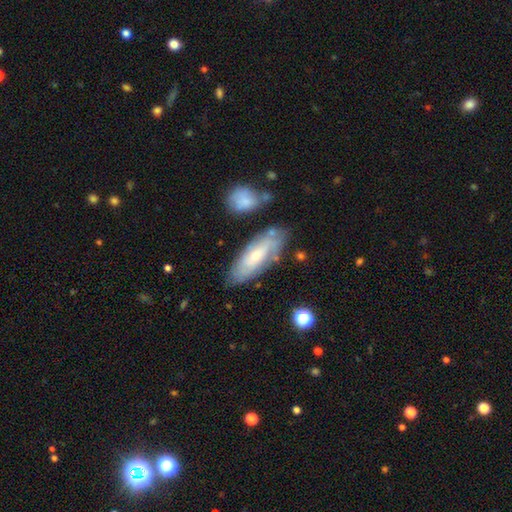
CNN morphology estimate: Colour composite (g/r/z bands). It shows a featured or disk galaxy (53%). Merging: none (70%).